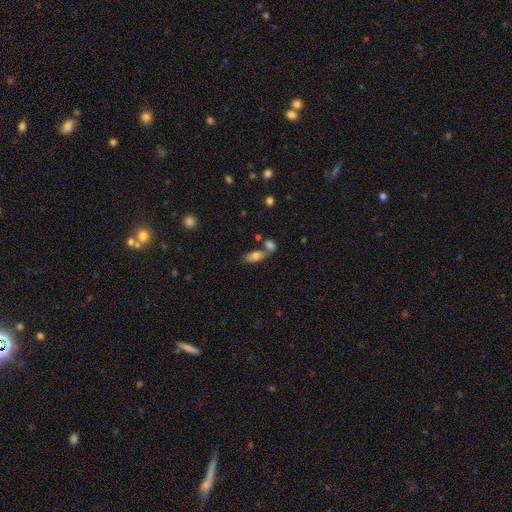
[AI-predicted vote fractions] A smooth galaxy with no disk features (76%) that is in between round and cigar-shaped (82%).

Vote fractions:
- Smooth or featured? smooth: 76% / featured or disk: 15% / star or artifact: 9%
- How rounded? in between: 82% / cigar-shaped: 14% / round: 4%
- Merging? none: 53% / merger: 31% / minor disturbance: 12% / major disturbance: 4%